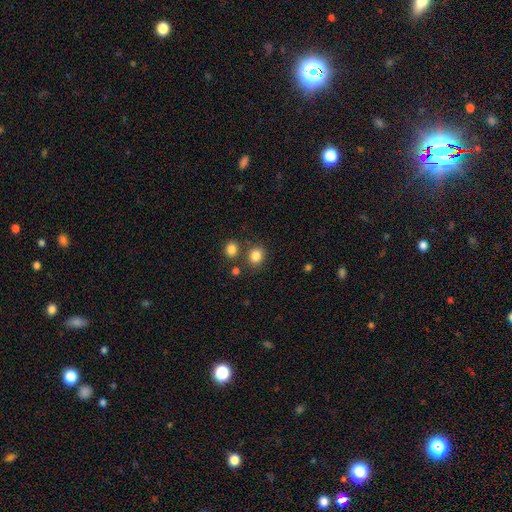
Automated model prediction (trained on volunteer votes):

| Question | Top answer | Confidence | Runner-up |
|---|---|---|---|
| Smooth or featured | smooth | 84% | star or artifact (11%) |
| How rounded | round | 69% | in between (30%) |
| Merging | none | 74% | merger (13%) |